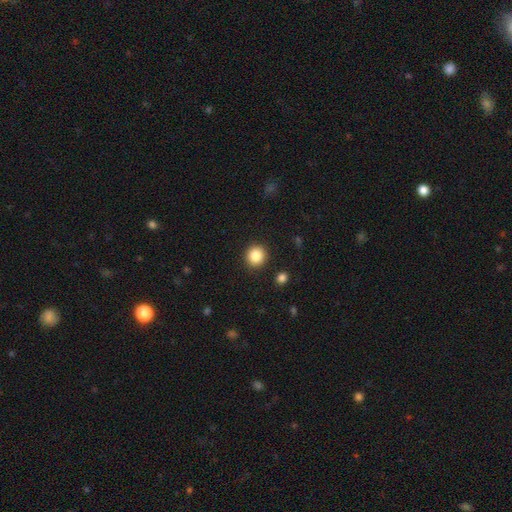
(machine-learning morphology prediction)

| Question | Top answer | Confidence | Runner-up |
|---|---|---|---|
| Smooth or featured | smooth | 87% | star or artifact (9%) |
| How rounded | round | 92% | in between (7%) |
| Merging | none | 91% | minor disturbance (5%) |